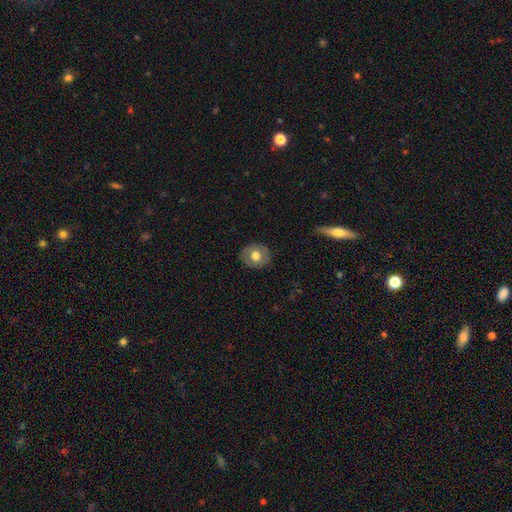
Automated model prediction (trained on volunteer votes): This is likely a smooth galaxy (63%). How rounded: likely round (73%). Merging: clearly none (85%).